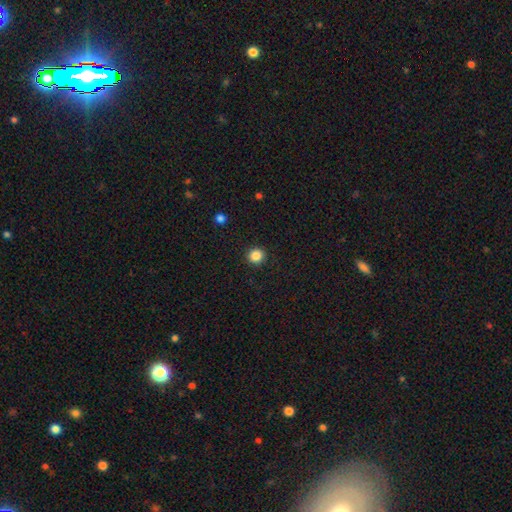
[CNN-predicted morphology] Overall: smooth (85%). How rounded: round (94%). Merging: none (93%).